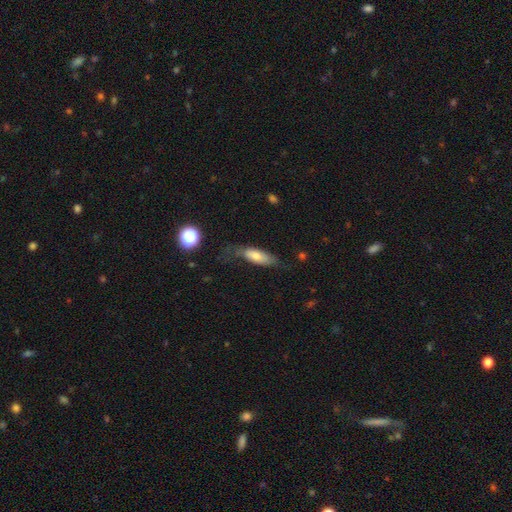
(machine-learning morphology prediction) The model was most divided on "merging": none: 50%, minor disturbance: 29%, major disturbance: 19%, merger: 3%. More confident: smooth or featured — smooth (68%); how rounded — in between (65%).